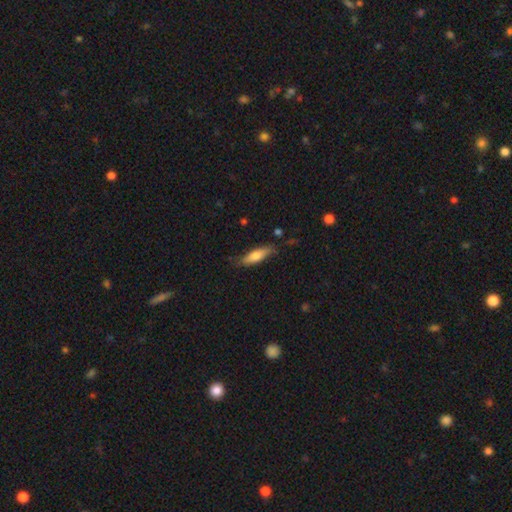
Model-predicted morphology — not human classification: Q: Smooth or featured?
A: smooth (65%); runner-up: featured or disk (29%)
Q: How rounded?
A: cigar-shaped (62%); runner-up: in between (36%)
Q: Merging?
A: none (76%); runner-up: minor disturbance (18%)